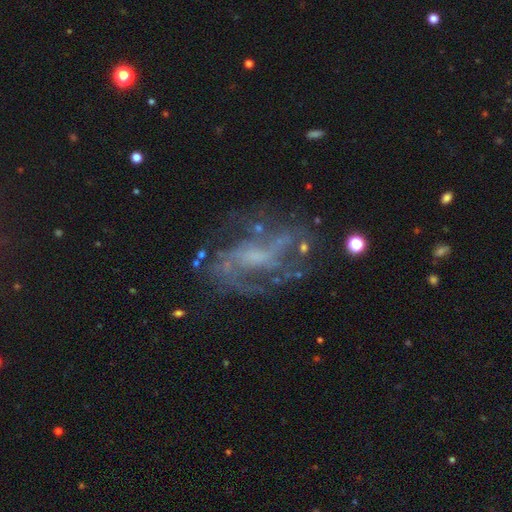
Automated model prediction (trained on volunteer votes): This is clearly a featured or disk galaxy (80%). It is clearly not viewed edge-on (95%). Bar: marginally weak (42%). Spiral arm pattern: clearly yes (85%). Spiral arm count: marginally 2 (43%). Spiral winding: marginally medium (45%). Central bulge: marginally small (42%). Merging: likely none (62%).